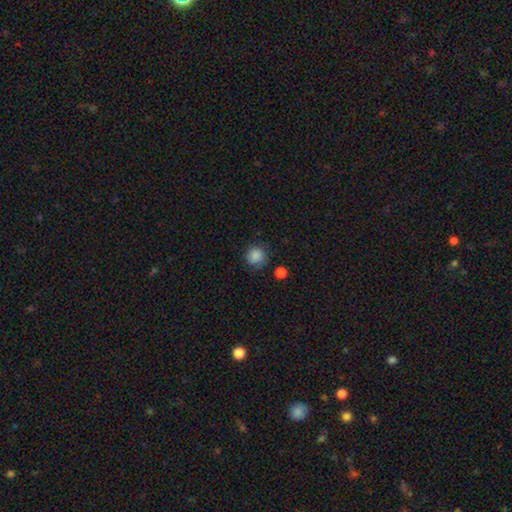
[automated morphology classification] type=smooth (86%); roundness=round (92%); merging=none (80%).